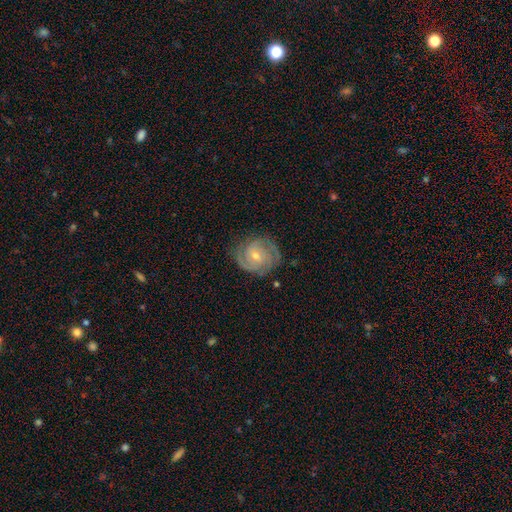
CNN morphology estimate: Smooth or featured? Predicted: featured or disk (p=0.85). Edge-on disk? Predicted: no (p=0.98). Bar? Predicted: no (p=0.54). Spiral arms? Predicted: yes (p=0.97). Spiral winding? Predicted: tight (p=0.62). Spiral arm count? Predicted: 2 (p=0.42). Bulge size? Predicted: small (p=0.57). Merging? Predicted: none (p=0.78).